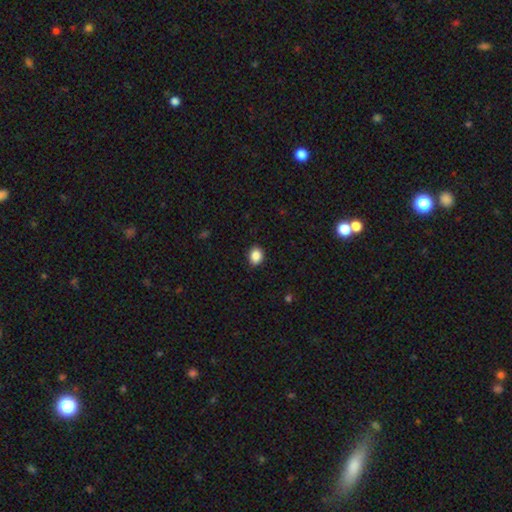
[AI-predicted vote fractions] Smooth or featured? Predicted: smooth (p=0.88). How rounded? Predicted: round (p=0.52). Merging? Predicted: none (p=0.86).